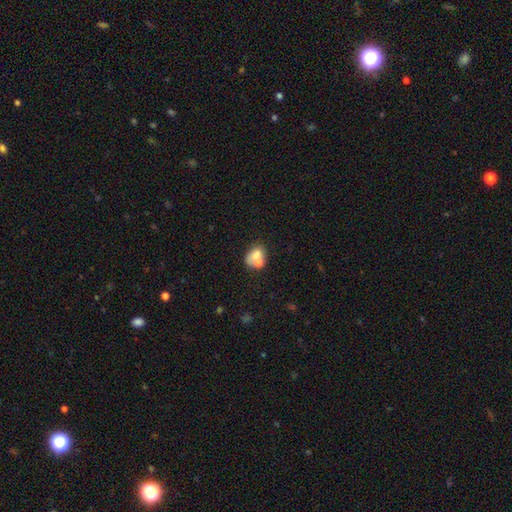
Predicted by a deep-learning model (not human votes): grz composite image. It shows a smooth galaxy with no disk features (62%) that is in between round and cigar-shaped (60%). Merging: merger (51%).